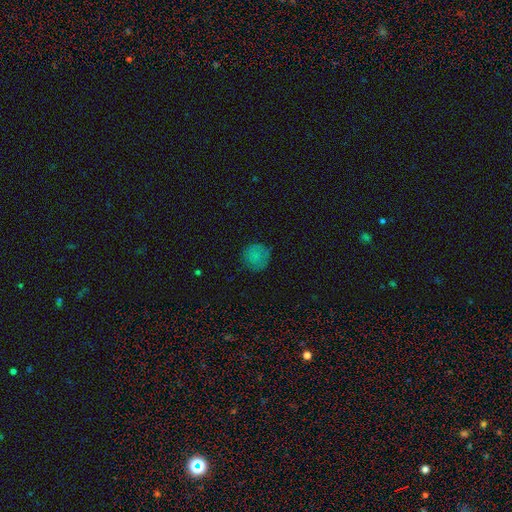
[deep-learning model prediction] Smooth or featured? smooth (78%)
How rounded? round (92%)
Merging? none (77%)